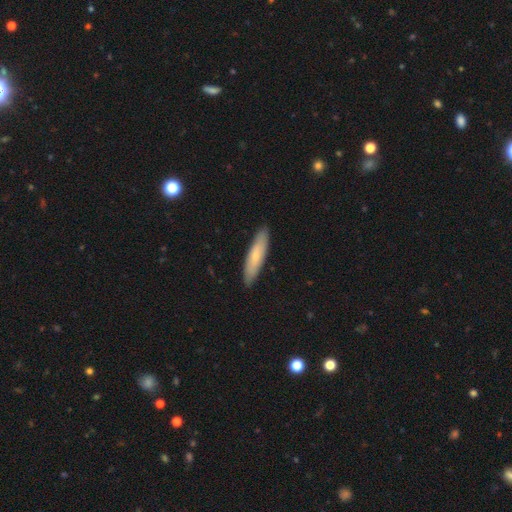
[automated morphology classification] Smooth or featured: smooth — 63% (featured or disk — 32%)
How rounded: cigar-shaped — 78% (in between — 21%)
Merging: none — 89% (minor disturbance — 9%)